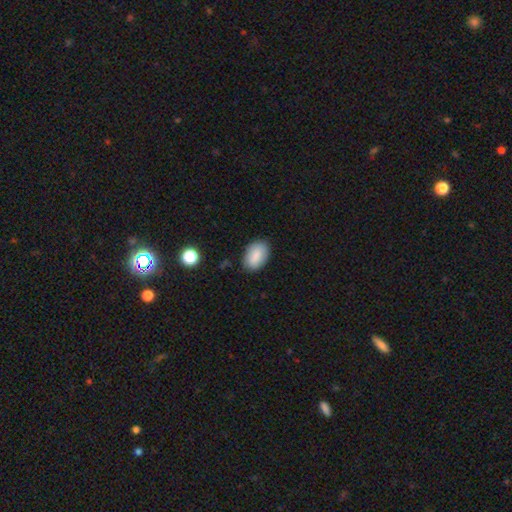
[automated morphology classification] Q: Smooth or featured?
A: smooth (86%); runner-up: star or artifact (7%)
Q: How rounded?
A: in between (90%); runner-up: round (9%)
Q: Merging?
A: none (82%); runner-up: minor disturbance (13%)